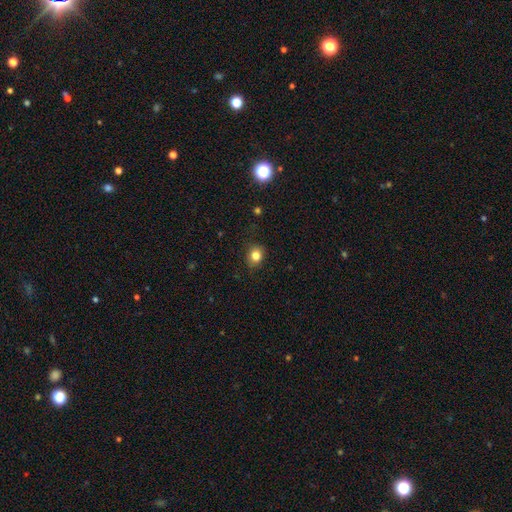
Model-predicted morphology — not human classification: Smooth or featured?
  - smooth: 82% *
  - star or artifact: 11%
  - featured or disk: 7%
How rounded?
  - round: 66% *
  - in between: 33%
  - cigar-shaped: 1%
Merging?
  - none: 81% *
  - minor disturbance: 14%
  - major disturbance: 3%
  - merger: 1%